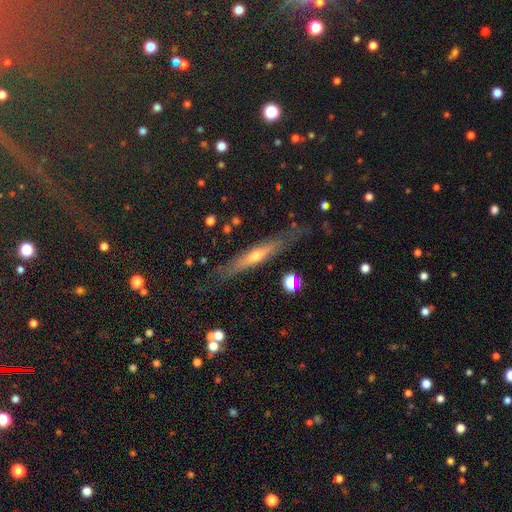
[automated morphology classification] The model was most divided on "smooth or featured": featured or disk: 63%, smooth: 30%, star or artifact: 7%. More confident: edge-on disk — yes (89%); merging — none (78%); edge-on bulge — rounded (68%).